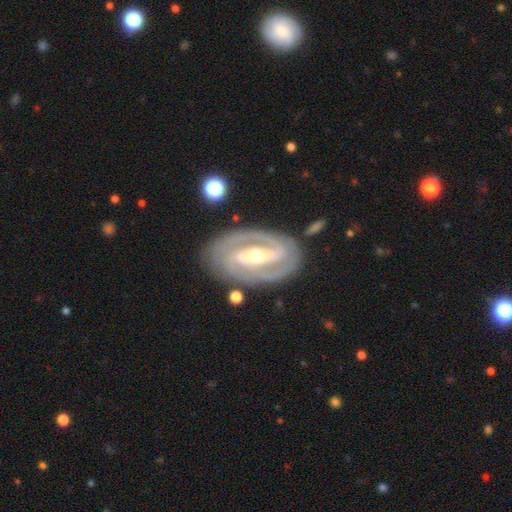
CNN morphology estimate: Q: Smooth or featured?
A: featured or disk (91%); runner-up: smooth (5%)
Q: Edge-on disk?
A: no (96%); runner-up: yes (4%)
Q: Bar?
A: strong (60%); runner-up: weak (26%)
Q: Spiral arms?
A: yes (96%); runner-up: no (4%)
Q: Spiral winding?
A: tight (62%); runner-up: medium (32%)
Q: Spiral arm count?
A: 2 (82%); runner-up: 3 (8%)
Q: Bulge size?
A: moderate (63%); runner-up: small (32%)
Q: Merging?
A: none (82%); runner-up: minor disturbance (13%)